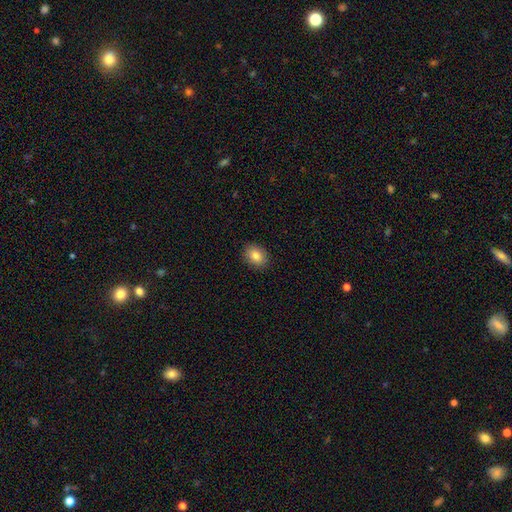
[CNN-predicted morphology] Smooth or featured: smooth — 84% (star or artifact — 9%)
How rounded: in between — 62% (round — 37%)
Merging: none — 90% (minor disturbance — 8%)